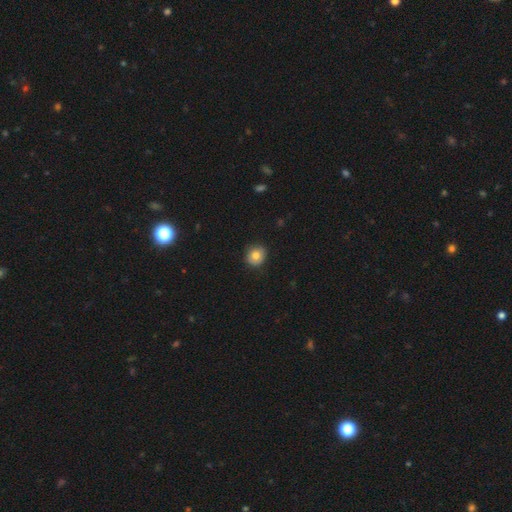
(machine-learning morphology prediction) This is clearly a smooth galaxy (80%). How rounded: clearly round (82%). Merging: clearly none (87%).